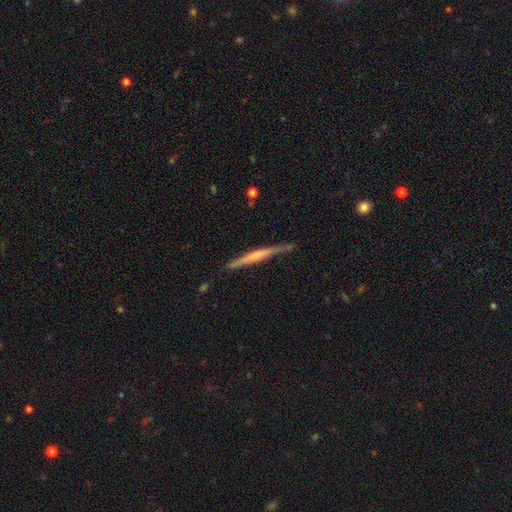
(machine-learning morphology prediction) This is likely a featured or disk galaxy (63%). It is clearly viewed edge-on (97%). Edge-on bulge: marginally none (45%). Merging: likely none (79%).